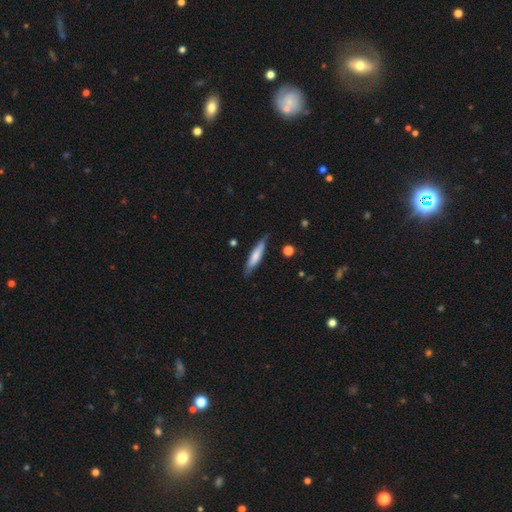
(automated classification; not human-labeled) A smooth galaxy with no disk features (64%) that is cigar-shaped (83%).

Vote fractions:
- Smooth or featured? smooth: 64% / featured or disk: 30% / star or artifact: 6%
- How rounded? cigar-shaped: 83% / in between: 16% / round: 1%
- Merging? none: 80% / minor disturbance: 15% / major disturbance: 3% / merger: 2%